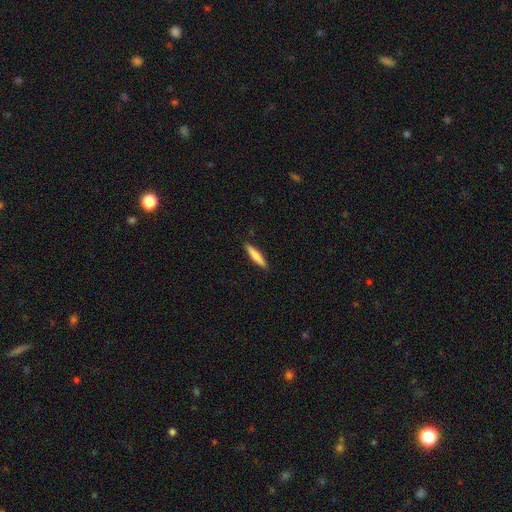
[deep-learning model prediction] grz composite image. It shows a smooth galaxy with no disk features (76%) that is cigar-shaped (90%). Merging: none (90%).